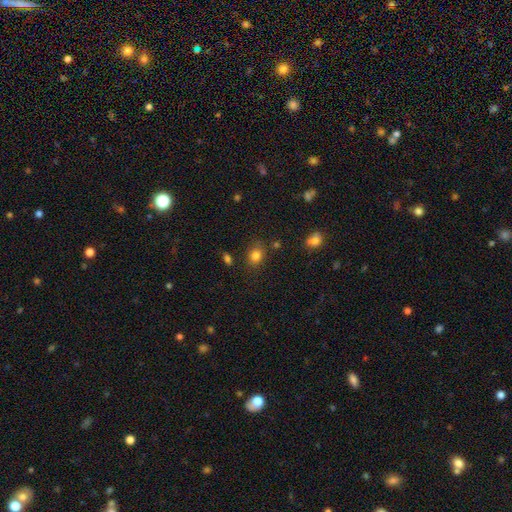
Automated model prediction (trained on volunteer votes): smooth-or-featured: smooth: 81% | star or artifact: 12% | featured or disk: 6%
  how-rounded: in between: 54% | round: 45% | cigar-shaped: 1%
  merging: none: 76% | minor disturbance: 15% | merger: 4% | major disturbance: 4%